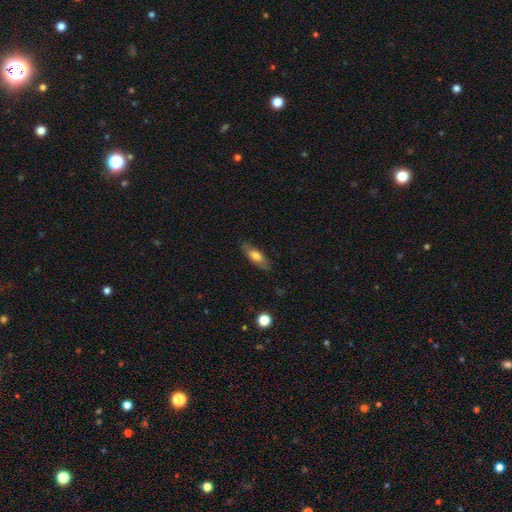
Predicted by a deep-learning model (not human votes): A smooth galaxy with no disk features (65%) that is in between round and cigar-shaped (58%). Merging: none (81%).